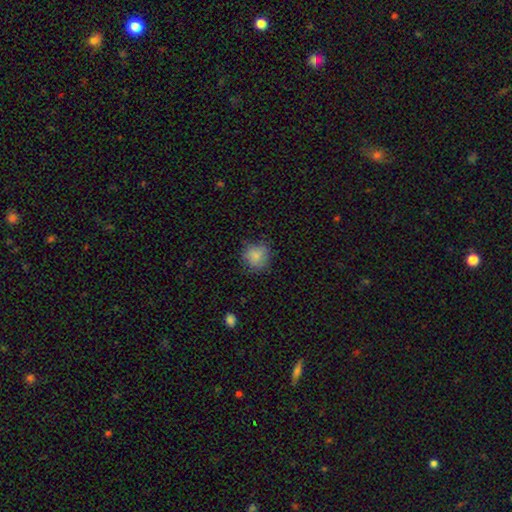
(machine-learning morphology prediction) A smooth galaxy with no disk features (84%) that is round (87%).

Vote fractions:
- Smooth or featured? smooth: 84% / star or artifact: 9% / featured or disk: 7%
- How rounded? round: 87% / in between: 12% / cigar-shaped: 1%
- Merging? none: 76% / minor disturbance: 18% / major disturbance: 5% / merger: 1%